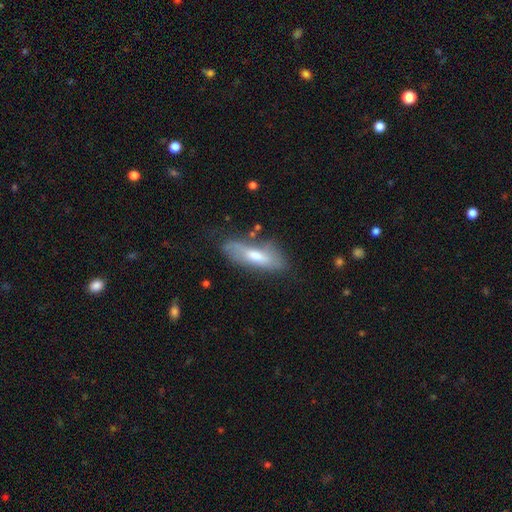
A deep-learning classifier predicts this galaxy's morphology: A smooth galaxy with no disk features (58%) that is in between round and cigar-shaped (57%).

Vote fractions:
- Smooth or featured? smooth: 58% / featured or disk: 35% / star or artifact: 7%
- How rounded? in between: 57% / cigar-shaped: 41% / round: 2%
- Merging? none: 61% / minor disturbance: 25% / major disturbance: 9% / merger: 4%